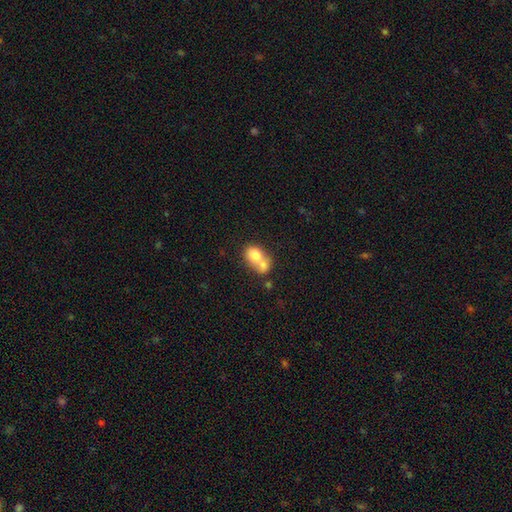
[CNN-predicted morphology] A smooth galaxy with no disk features (69%) that is in between round and cigar-shaped (55%).

Vote fractions:
- Smooth or featured? smooth: 69% / featured or disk: 23% / star or artifact: 8%
- How rounded? in between: 55% / round: 44% / cigar-shaped: 1%
- Merging? merger: 72% / none: 18% / minor disturbance: 7% / major disturbance: 3%